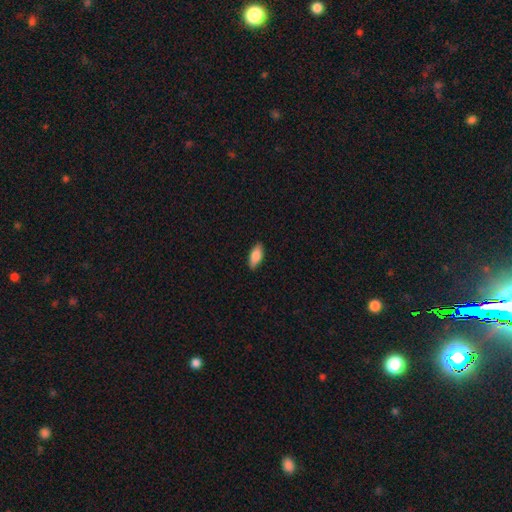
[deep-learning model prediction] Smooth or featured? smooth (82%)
How rounded? in between (83%)
Merging? none (88%)